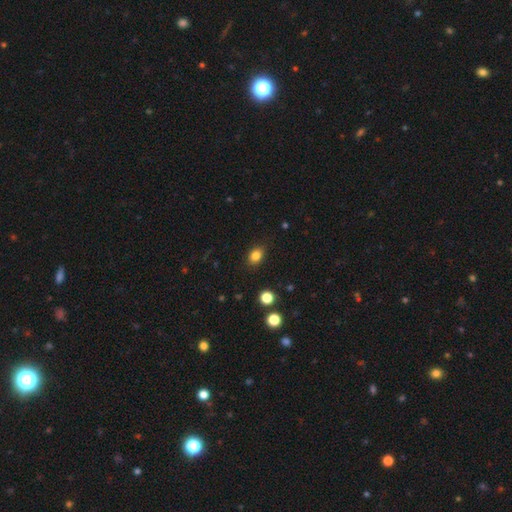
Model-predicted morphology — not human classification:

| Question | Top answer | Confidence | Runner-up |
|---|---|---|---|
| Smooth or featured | smooth | 83% | star or artifact (11%) |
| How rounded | in between | 67% | round (32%) |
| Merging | none | 85% | minor disturbance (11%) |